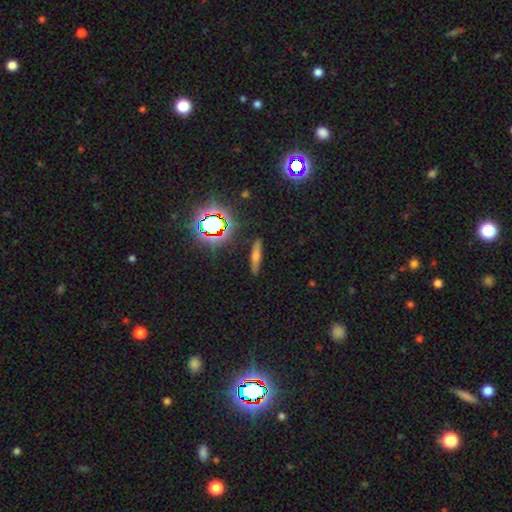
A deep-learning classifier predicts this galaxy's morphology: A smooth galaxy with no disk features (47%).

Vote fractions:
- Smooth or featured? smooth: 47% / featured or disk: 33% / star or artifact: 20%
- Merging? none: 87% / minor disturbance: 9% / major disturbance: 2% / merger: 2%